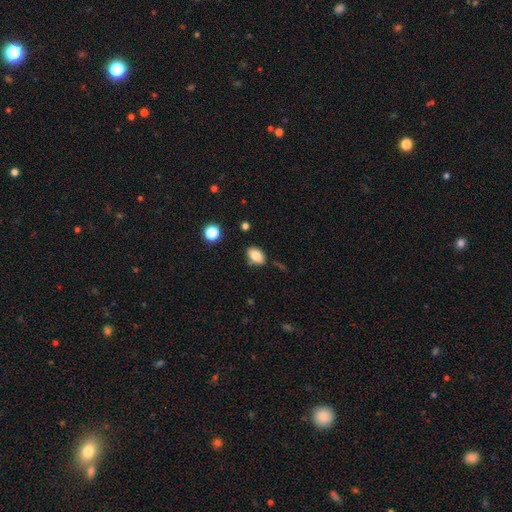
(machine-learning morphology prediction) Smooth or featured? Predicted: smooth (p=0.82). How rounded? Predicted: in between (p=0.87). Merging? Predicted: none (p=0.75).